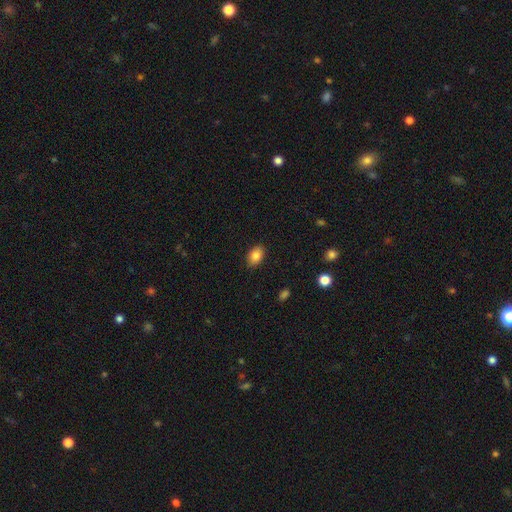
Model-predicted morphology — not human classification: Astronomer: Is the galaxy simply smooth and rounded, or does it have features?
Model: smooth — 85%.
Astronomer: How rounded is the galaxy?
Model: in between — 86%.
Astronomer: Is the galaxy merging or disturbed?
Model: none — 87%.